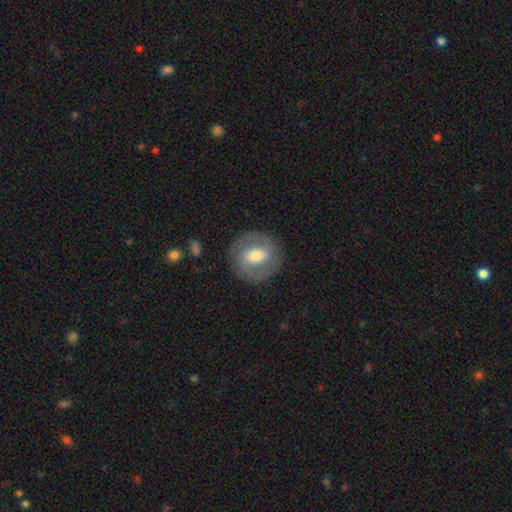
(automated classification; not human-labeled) Smooth or featured: featured or disk — 64% (smooth — 30%)
Edge-on disk: no — 96% (yes — 4%)
Bar: weak — 46% (strong — 30%)
Spiral arms: yes — 72% (no — 28%)
Bulge size: moderate — 60% (small — 27%)
Merging: none — 85% (minor disturbance — 9%)